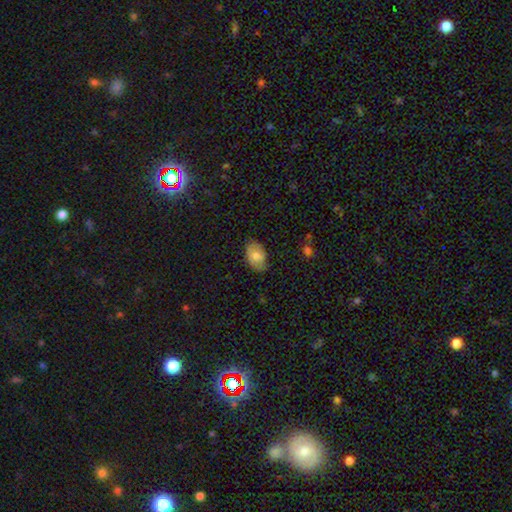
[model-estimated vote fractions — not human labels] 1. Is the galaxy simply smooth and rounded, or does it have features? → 77% smooth, 16% featured or disk, 7% star or artifact.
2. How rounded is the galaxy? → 91% in between, 8% round, 1% cigar-shaped.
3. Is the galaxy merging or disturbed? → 78% none, 18% minor disturbance, 3% major disturbance, 1% merger.